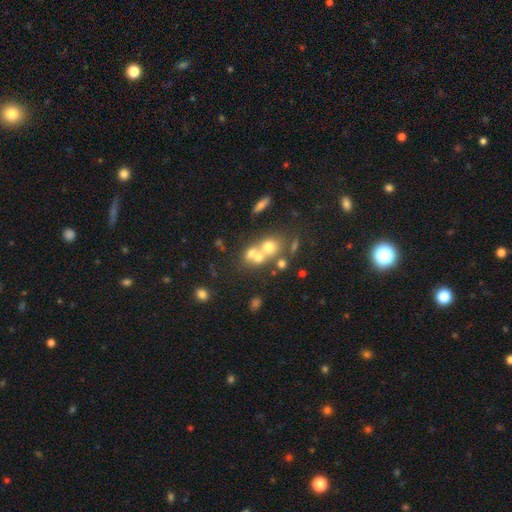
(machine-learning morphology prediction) smooth_or_featured: smooth (p=0.54) [alt: featured or disk p=0.28]
how_rounded: round (p=0.71) [alt: in between p=0.27]
merging: merger (p=0.55) [alt: none p=0.32]